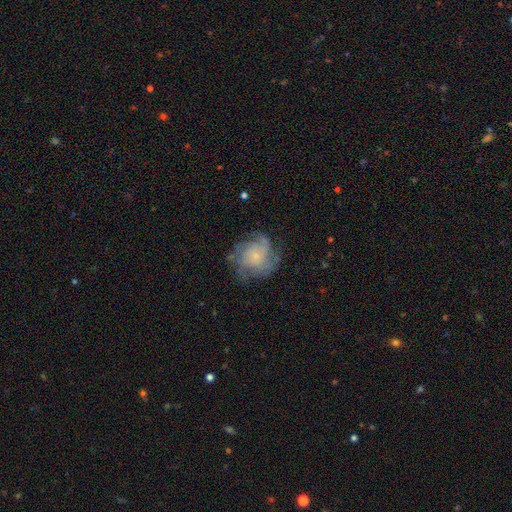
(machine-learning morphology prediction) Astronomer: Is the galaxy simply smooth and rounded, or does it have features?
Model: featured or disk — 72%.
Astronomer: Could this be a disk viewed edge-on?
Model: no — 98%.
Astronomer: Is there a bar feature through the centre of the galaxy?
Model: no — 81%.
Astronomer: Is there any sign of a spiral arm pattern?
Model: yes — 91%.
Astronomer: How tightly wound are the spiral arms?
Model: tight — 46% (runner-up: medium, 39%).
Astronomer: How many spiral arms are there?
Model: can't tell — 31% (runner-up: 3, 23%).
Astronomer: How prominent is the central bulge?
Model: small — 74%.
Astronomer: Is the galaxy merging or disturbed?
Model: none — 66%.